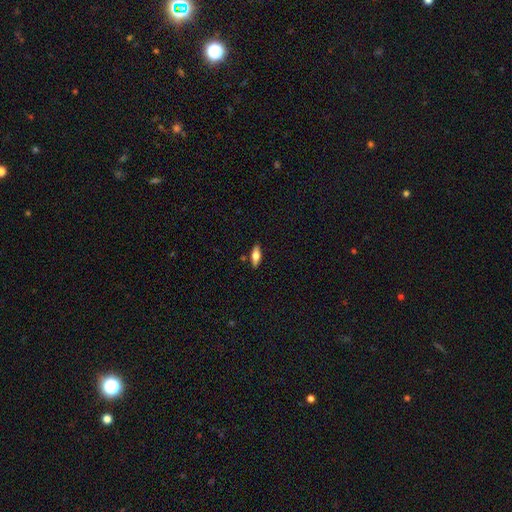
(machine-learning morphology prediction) Smooth or featured: smooth — 64% (featured or disk — 29%)
How rounded: in between — 72% (cigar-shaped — 25%)
Merging: none — 86% (minor disturbance — 10%)